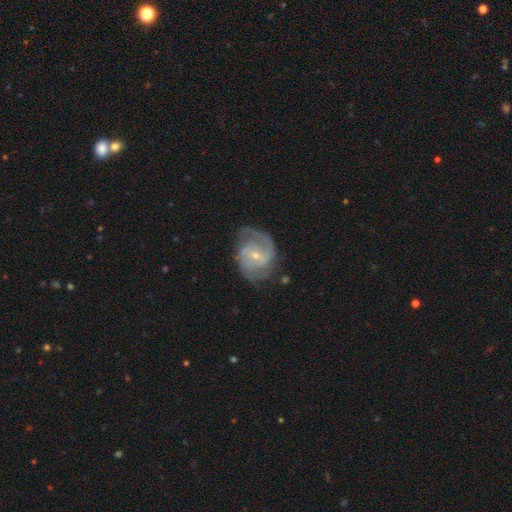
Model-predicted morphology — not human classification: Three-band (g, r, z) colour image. It shows a featured or disk galaxy (84%) with a weak bar (49%), 2 (72%) medium (48%) spiral arms (94%) and a small central bulge (68%). Merging: none (64%).